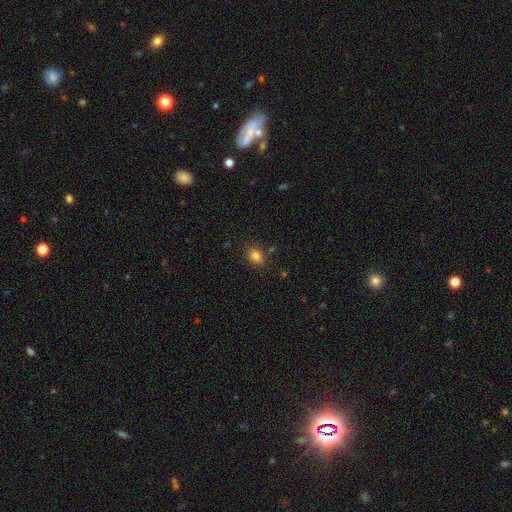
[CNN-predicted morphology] This appears to be a smooth galaxy with no disk features (83%) that is round (58%). Merging: none (82%).